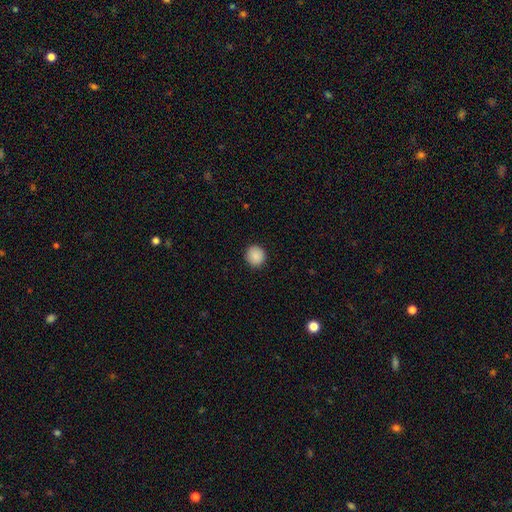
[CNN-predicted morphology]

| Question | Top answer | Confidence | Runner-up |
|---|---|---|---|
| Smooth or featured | smooth | 89% | star or artifact (8%) |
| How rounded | round | 93% | in between (7%) |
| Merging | none | 92% | minor disturbance (5%) |